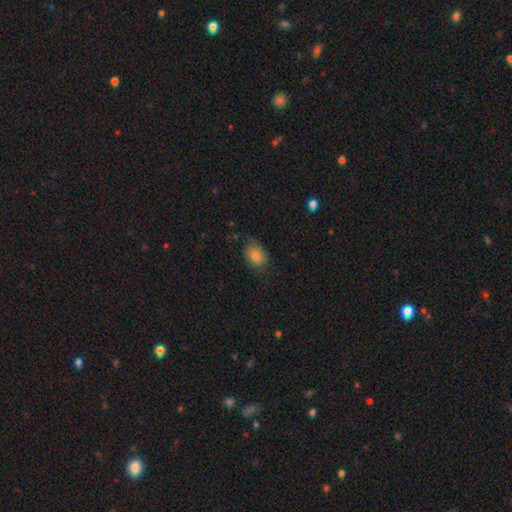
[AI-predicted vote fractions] Smooth or featured? smooth (80%)
How rounded? in between (71%)
Merging? none (56%)